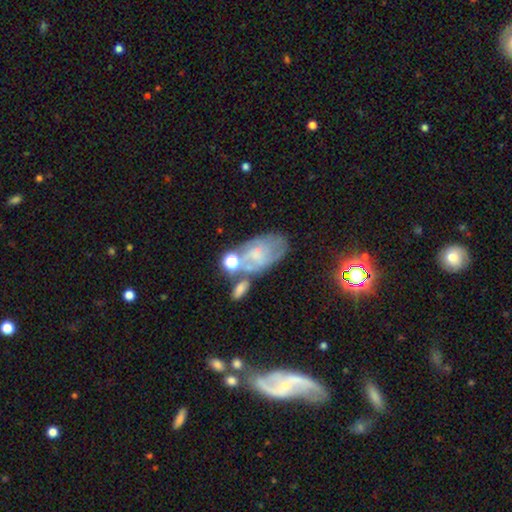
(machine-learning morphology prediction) This is possibly a featured or disk galaxy (54%). It is clearly not viewed edge-on (95%). Bar: likely no (71%). Spiral arm pattern: possibly yes (57%). Central bulge: possibly small (47%). Merging: marginally none (42%).